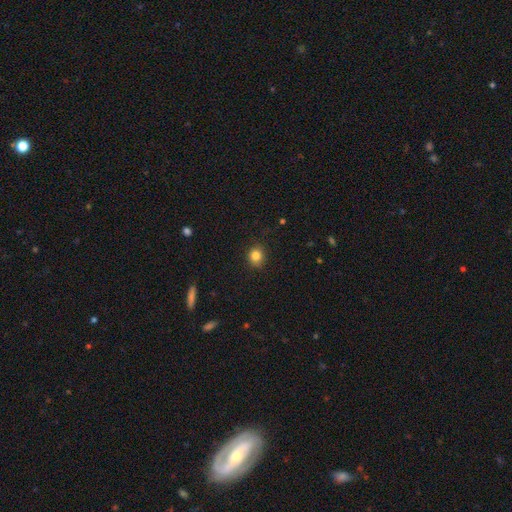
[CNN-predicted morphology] Smooth or featured?
  - smooth: 83% *
  - star or artifact: 11%
  - featured or disk: 5%
How rounded?
  - round: 85% *
  - in between: 14%
  - cigar-shaped: 1%
Merging?
  - none: 89% *
  - minor disturbance: 8%
  - major disturbance: 2%
  - merger: 1%